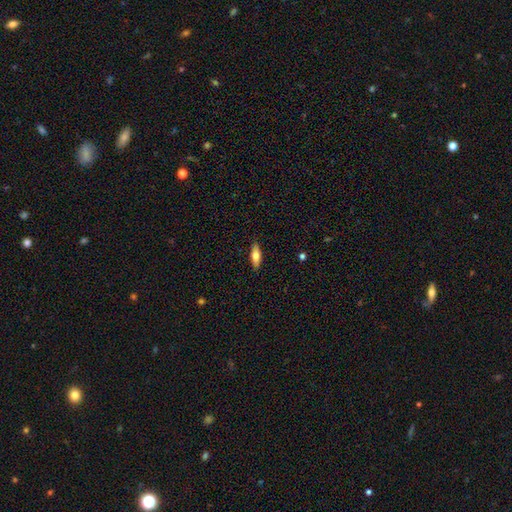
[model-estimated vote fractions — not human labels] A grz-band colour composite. It shows a smooth galaxy with no disk features (65%) that is in between round and cigar-shaped (54%). Merging: none (88%).